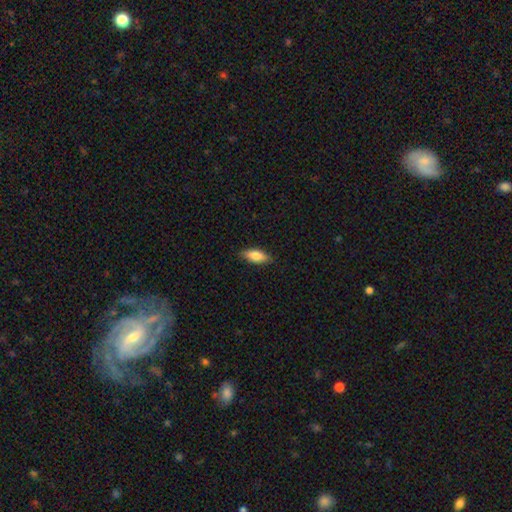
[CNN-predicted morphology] Overall: smooth (77%). How rounded: in between (74%). Merging: none (85%).